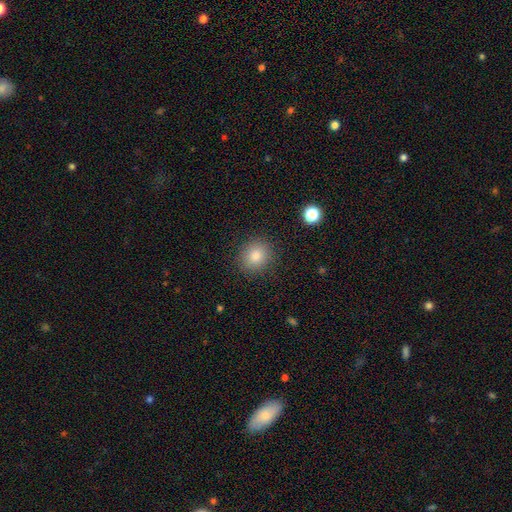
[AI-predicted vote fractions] smooth-or-featured: smooth: 82% | star or artifact: 11% | featured or disk: 7%
  how-rounded: round: 80% | in between: 19% | cigar-shaped: 1%
  merging: none: 89% | minor disturbance: 8% | major disturbance: 3% | merger: 1%